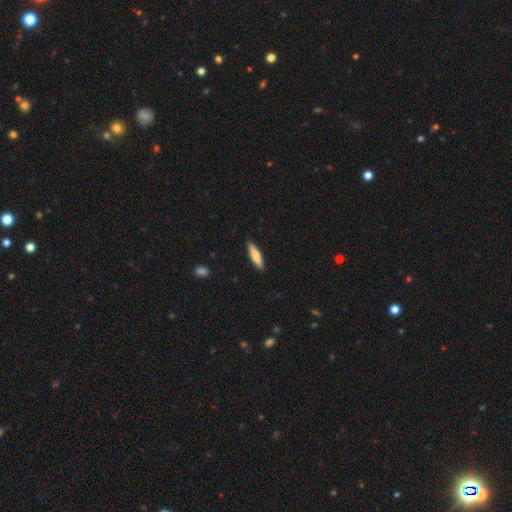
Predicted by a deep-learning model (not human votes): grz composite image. It shows a smooth galaxy with no disk features (68%) that is cigar-shaped (74%). Merging: none (90%).